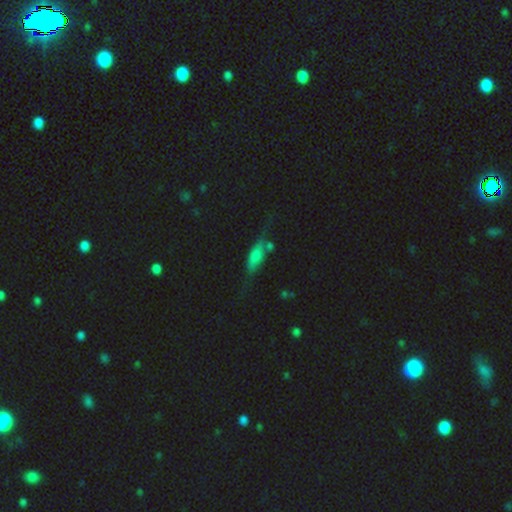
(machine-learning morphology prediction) Smooth or featured? smooth (59%)
How rounded? in between (62%)
Merging? none (47%)